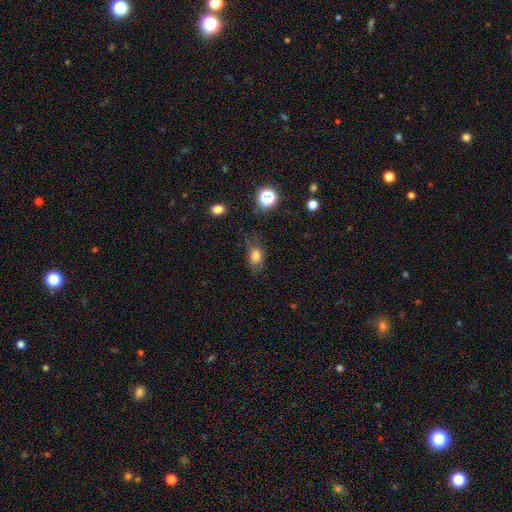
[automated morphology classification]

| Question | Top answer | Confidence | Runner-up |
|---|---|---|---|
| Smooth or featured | smooth | 73% | star or artifact (14%) |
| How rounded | in between | 73% | round (24%) |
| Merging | none | 59% | minor disturbance (26%) |